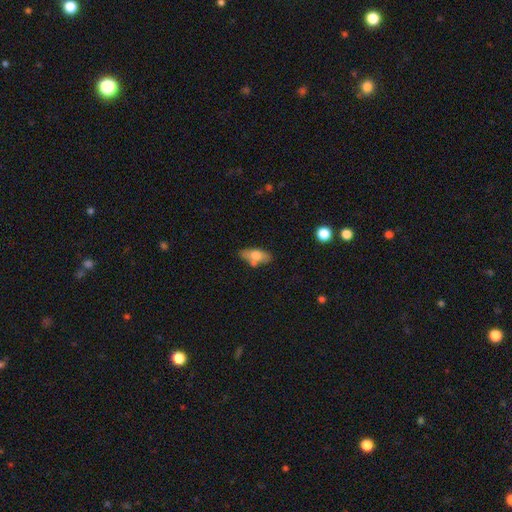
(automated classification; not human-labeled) A smooth galaxy with no disk features (70%) that is in between round and cigar-shaped (83%). Merging: none (61%).